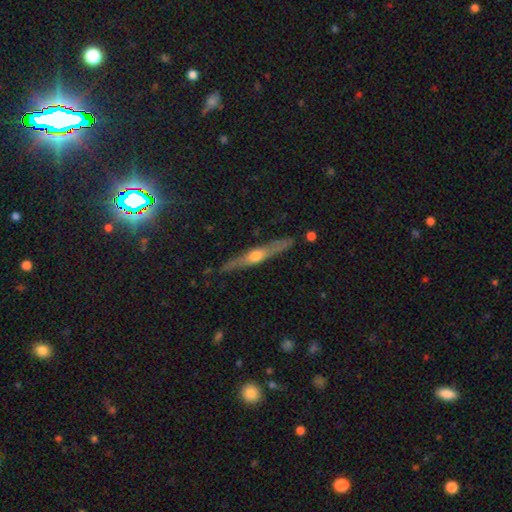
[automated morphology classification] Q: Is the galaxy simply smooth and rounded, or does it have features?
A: featured or disk — 70%.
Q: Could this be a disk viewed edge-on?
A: yes — 95%.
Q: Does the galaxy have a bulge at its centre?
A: rounded — 89%.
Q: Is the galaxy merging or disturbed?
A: none — 85%.